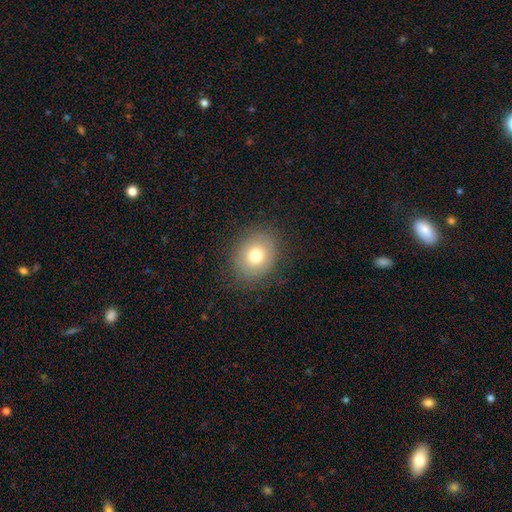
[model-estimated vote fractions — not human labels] Overall: smooth (74%). How rounded: round (67%; in between 32%). Merging: none (83%).